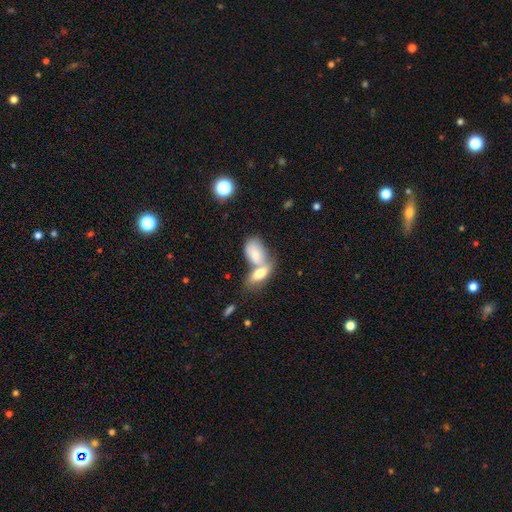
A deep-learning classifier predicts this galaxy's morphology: Smooth or featured: smooth — 75% (featured or disk — 18%)
How rounded: in between — 88% (round — 6%)
Merging: merger — 67% (none — 22%)